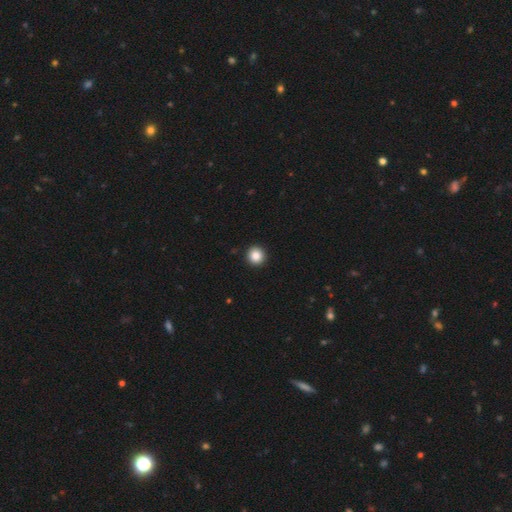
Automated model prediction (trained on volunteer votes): A smooth galaxy with no disk features (84%) that is round (96%).

Vote fractions:
- Smooth or featured? smooth: 84% / star or artifact: 10% / featured or disk: 6%
- How rounded? round: 96% / in between: 4% / cigar-shaped: 1%
- Merging? none: 94% / minor disturbance: 4% / major disturbance: 1% / merger: 1%